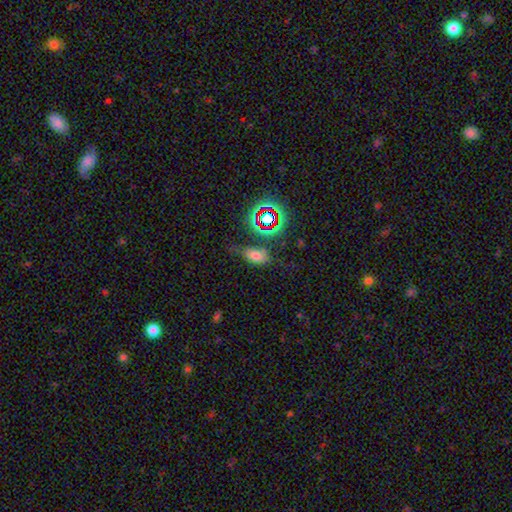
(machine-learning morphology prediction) A smooth galaxy with no disk features (64%) that is in between round and cigar-shaped (86%).

Vote fractions:
- Smooth or featured? smooth: 64% / star or artifact: 22% / featured or disk: 14%
- How rounded? in between: 86% / round: 9% / cigar-shaped: 5%
- Merging? none: 60% / minor disturbance: 23% / major disturbance: 10% / merger: 7%